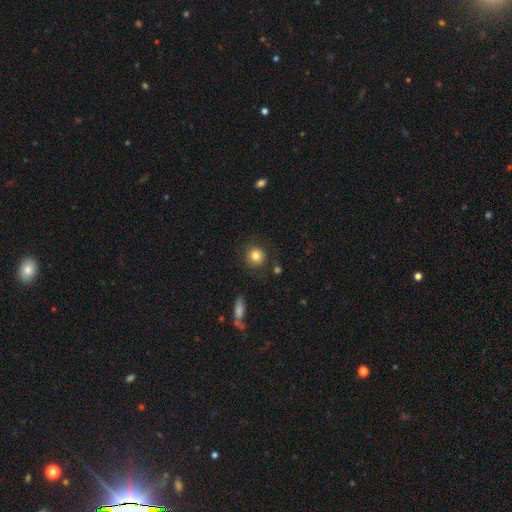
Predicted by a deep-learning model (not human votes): smooth_or_featured: smooth (p=0.81) [alt: star or artifact p=0.10]
how_rounded: round (p=0.91) [alt: in between p=0.08]
merging: none (p=0.84) [alt: minor disturbance p=0.10]